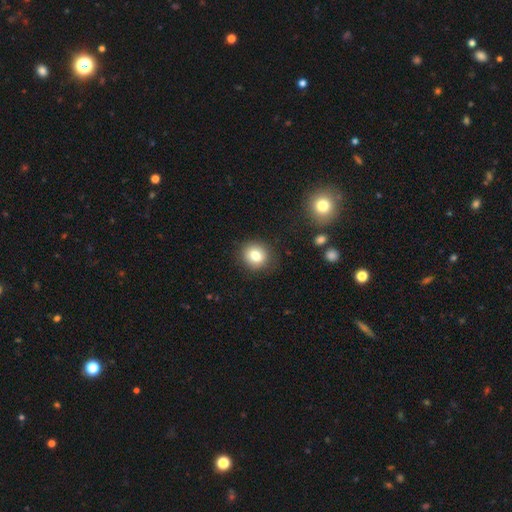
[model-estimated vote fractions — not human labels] A smooth galaxy with no disk features (79%) that is round (84%).

Vote fractions:
- Smooth or featured? smooth: 79% / star or artifact: 11% / featured or disk: 10%
- How rounded? round: 84% / in between: 15% / cigar-shaped: 1%
- Merging? none: 88% / minor disturbance: 8% / major disturbance: 3% / merger: 1%